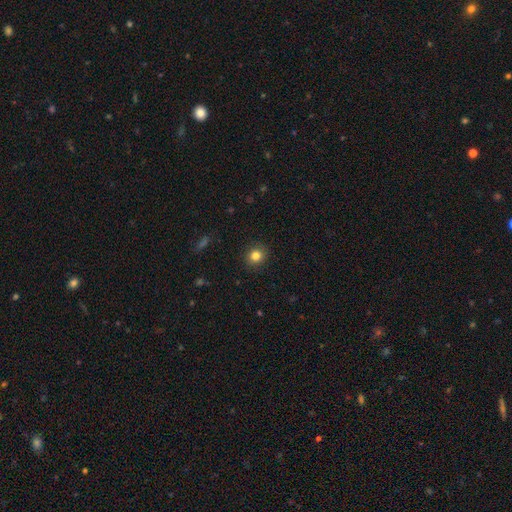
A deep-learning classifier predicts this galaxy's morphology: type=smooth (82%); roundness=round (86%); merging=none (90%).